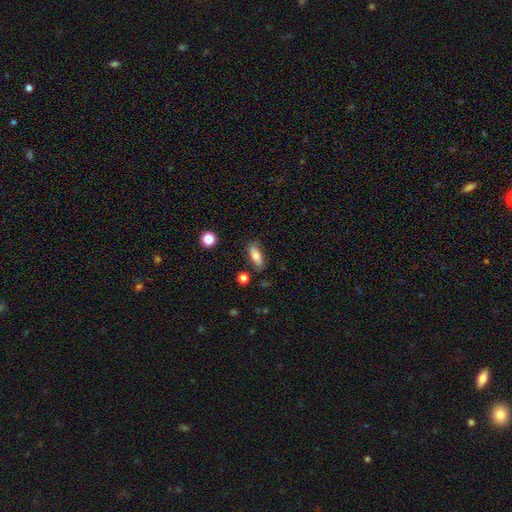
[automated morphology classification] Smooth or featured? smooth (72%)
How rounded? in between (76%)
Merging? none (78%)